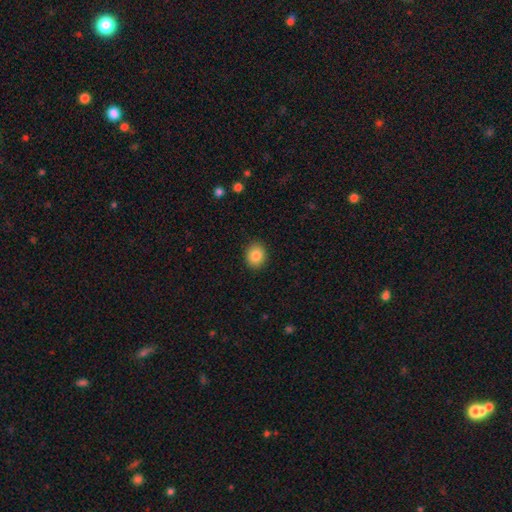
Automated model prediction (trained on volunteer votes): This is clearly a smooth galaxy (85%). How rounded: likely round (64%). Merging: clearly none (90%).